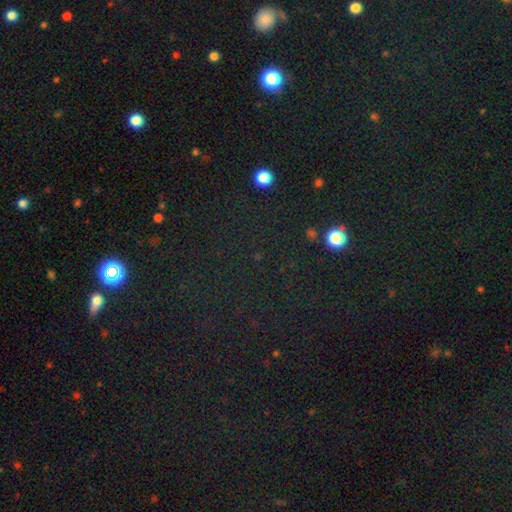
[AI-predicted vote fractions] This appears to be a star or artifact, not a galaxy (72%).